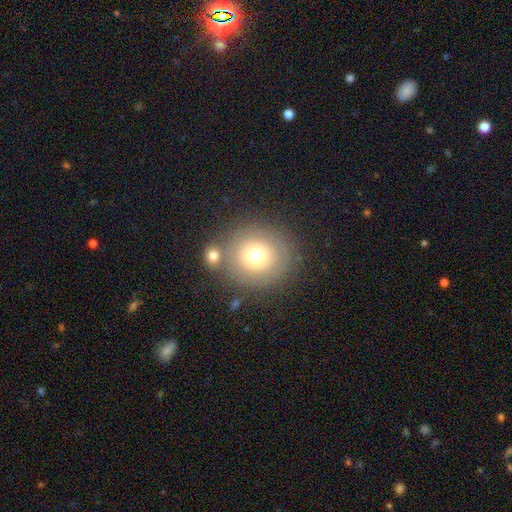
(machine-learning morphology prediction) Smooth or featured: smooth — 71% (featured or disk — 17%)
How rounded: round — 90% (in between — 9%)
Merging: none — 70% (merger — 15%)